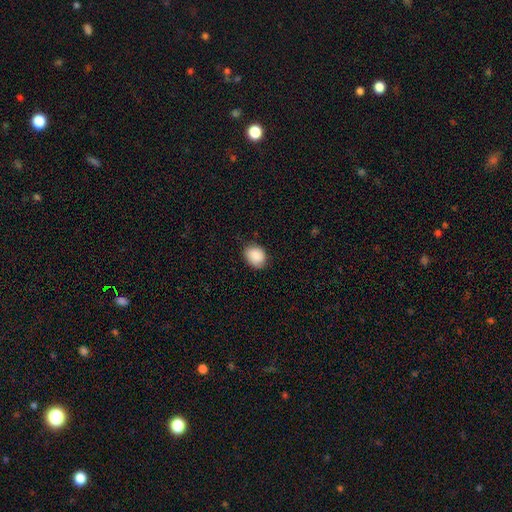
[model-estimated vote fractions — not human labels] Smooth or featured: smooth — 88% (star or artifact — 7%)
How rounded: in between — 53% (round — 46%)
Merging: none — 80% (minor disturbance — 16%)